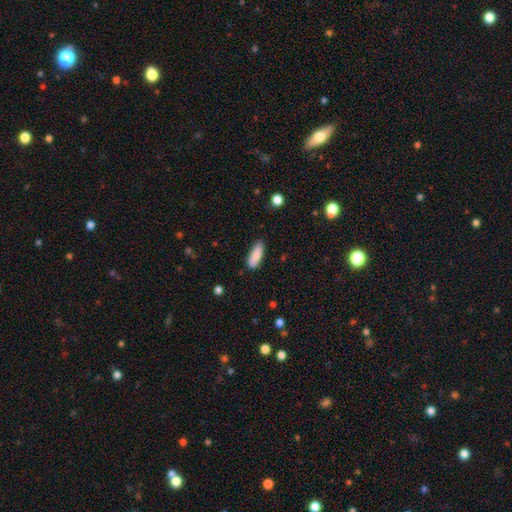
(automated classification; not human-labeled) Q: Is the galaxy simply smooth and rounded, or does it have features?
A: smooth — 85%.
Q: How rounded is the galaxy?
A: in between — 62%.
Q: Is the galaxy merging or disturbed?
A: none — 82%.